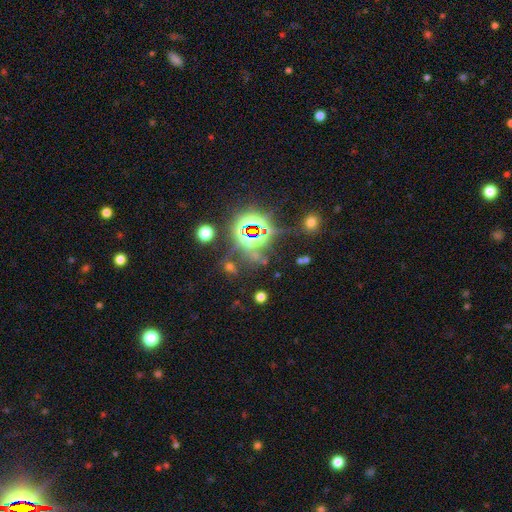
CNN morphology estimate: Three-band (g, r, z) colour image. It shows a star or artifact, not a galaxy (77%).